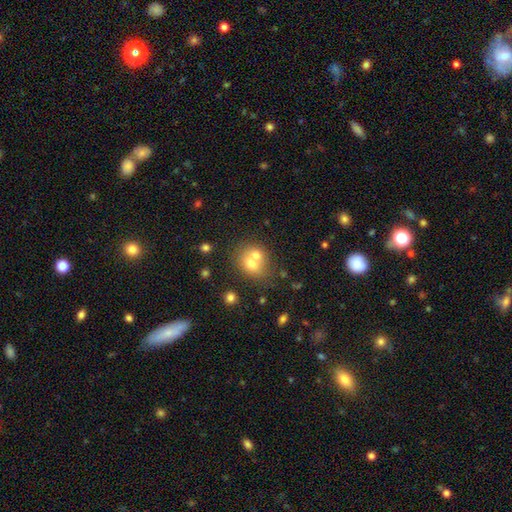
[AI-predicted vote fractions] Smooth or featured? Predicted: smooth (p=0.64). How rounded? Predicted: round (p=0.66). Merging? Predicted: merger (p=0.59).